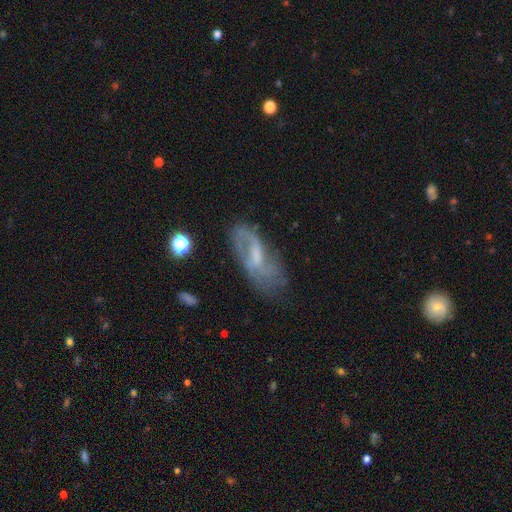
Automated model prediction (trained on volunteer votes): Smooth or featured? Predicted: featured or disk (p=0.67). Edge-on disk? Predicted: no (p=0.89). Bar? Predicted: weak (p=0.53). Spiral arms? Predicted: yes (p=0.78). Bulge size? Predicted: small (p=0.39). Merging? Predicted: none (p=0.61).